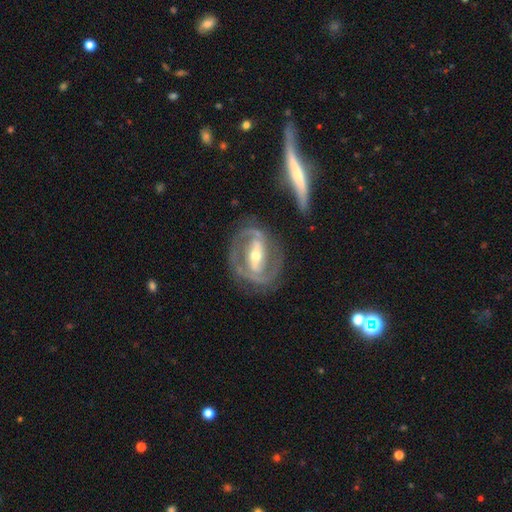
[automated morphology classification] This is clearly a featured or disk galaxy (88%). It is clearly not viewed edge-on (95%). Bar: likely strong (62%). Spiral arm pattern: clearly yes (90%). Spiral arm count: clearly 2 (82%). Spiral winding: possibly tight (45%). Central bulge: likely moderate (62%). Merging: likely none (72%).